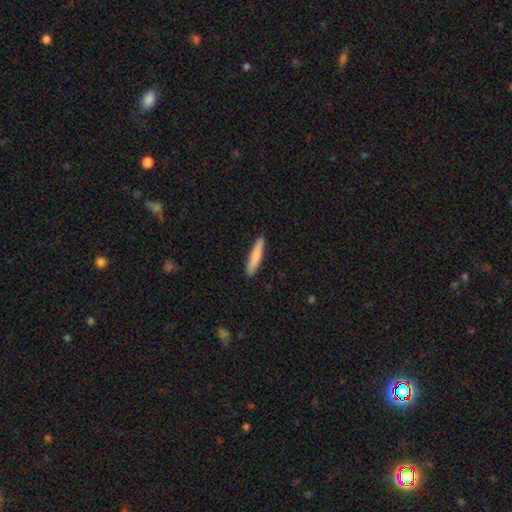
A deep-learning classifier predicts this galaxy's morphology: The model was most divided on "smooth or featured": smooth: 80%, featured or disk: 15%, star or artifact: 5%. More confident: merging — none (91%); how rounded — cigar-shaped (91%).